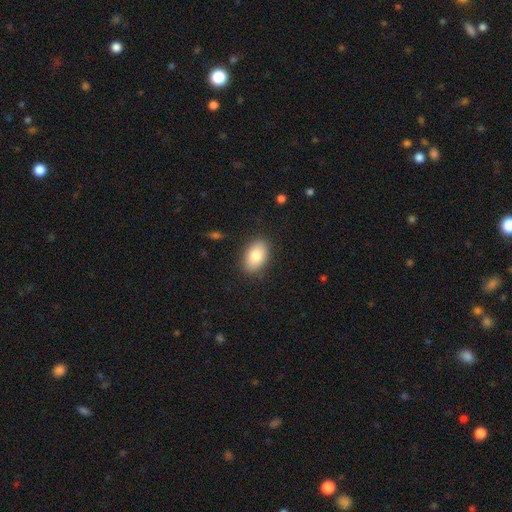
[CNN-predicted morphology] A smooth galaxy with no disk features (83%) that is in between round and cigar-shaped (90%).

Vote fractions:
- Smooth or featured? smooth: 83% / featured or disk: 10% / star or artifact: 7%
- How rounded? in between: 90% / round: 9% / cigar-shaped: 1%
- Merging? none: 87% / minor disturbance: 10% / major disturbance: 2% / merger: 1%